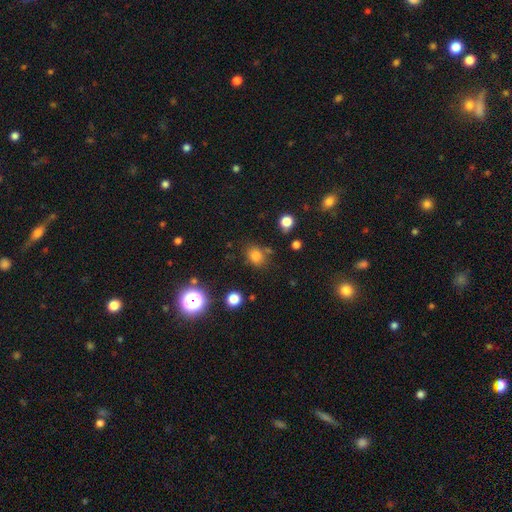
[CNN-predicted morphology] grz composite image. It shows a smooth galaxy with no disk features (76%) that is round (56%). Merging: none (70%).